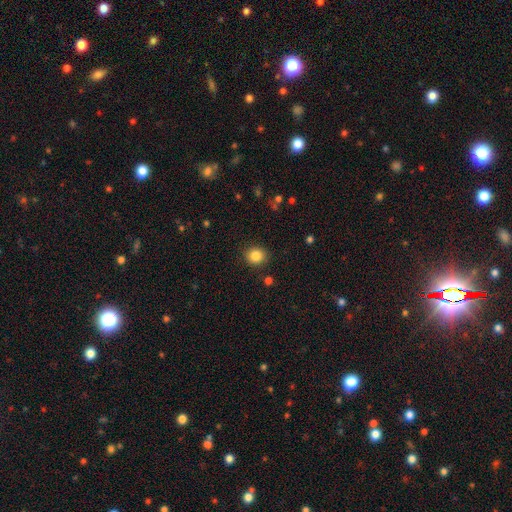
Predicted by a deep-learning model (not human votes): Smooth or featured: smooth — 85% (star or artifact — 10%)
How rounded: round — 79% (in between — 20%)
Merging: none — 89% (minor disturbance — 7%)